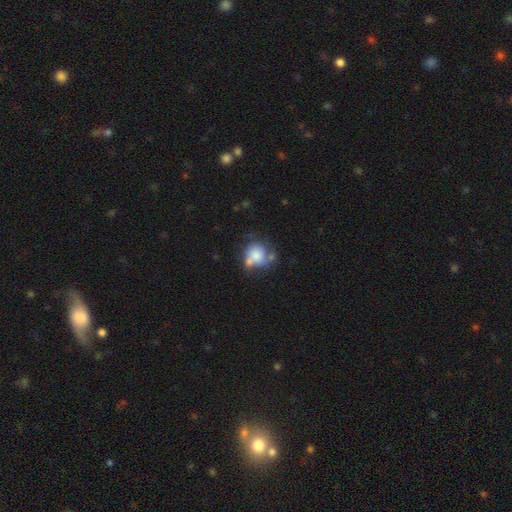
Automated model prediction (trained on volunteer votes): Smooth or featured: smooth — 69% (featured or disk — 23%)
How rounded: round — 70% (in between — 29%)
Merging: none — 35% (merger — 28%)